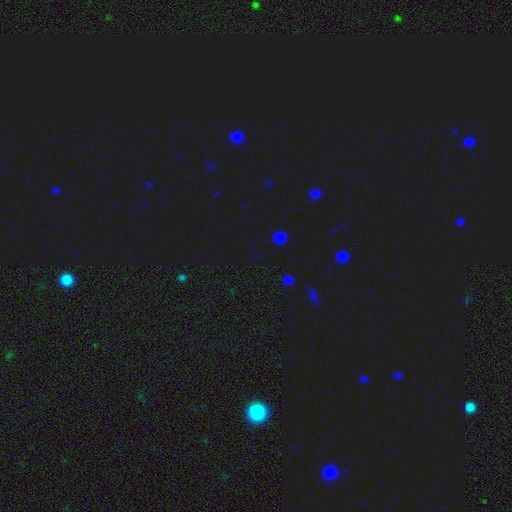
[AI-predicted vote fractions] smooth-or-featured: star or artifact: 55% | smooth: 39% | featured or disk: 6%